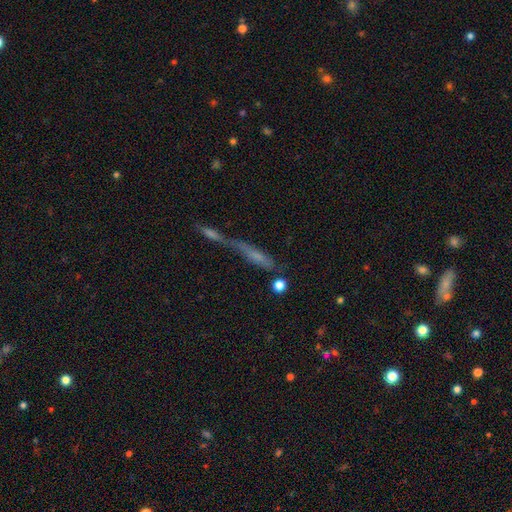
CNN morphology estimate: Q: Smooth or featured?
A: smooth (46%); runner-up: featured or disk (37%)
Q: Merging?
A: merger (60%); runner-up: none (20%)